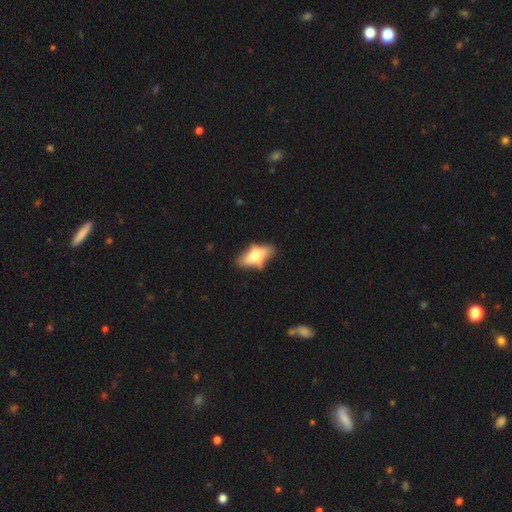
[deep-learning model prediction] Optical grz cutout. It shows a smooth galaxy with no disk features (54%) that is in between round and cigar-shaped (80%). Merging: none (54%).